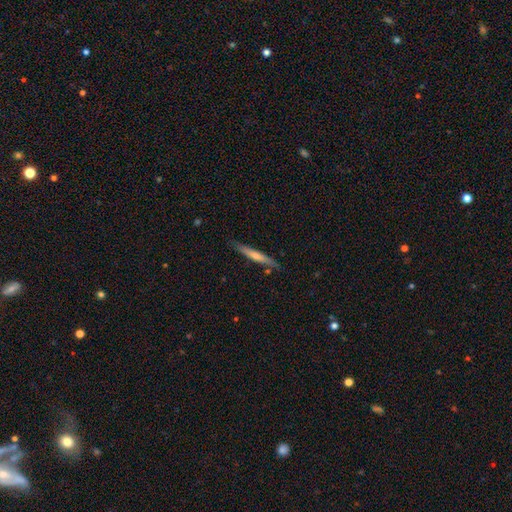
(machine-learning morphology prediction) A smooth galaxy with no disk features (55%) that is cigar-shaped (95%). Merging: none (85%).